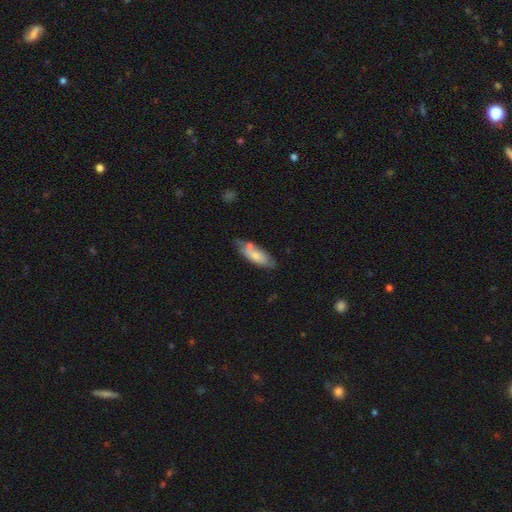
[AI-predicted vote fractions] Q: Smooth or featured?
A: smooth (68%); runner-up: featured or disk (26%)
Q: How rounded?
A: in between (70%); runner-up: cigar-shaped (28%)
Q: Merging?
A: none (54%); runner-up: minor disturbance (27%)